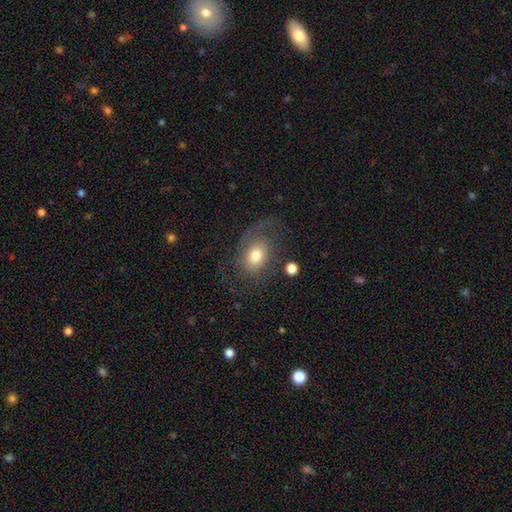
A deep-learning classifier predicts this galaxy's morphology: Q: Smooth or featured?
A: smooth (53%); runner-up: featured or disk (38%)
Q: How rounded?
A: in between (68%); runner-up: round (31%)
Q: Merging?
A: none (52%); runner-up: major disturbance (25%)